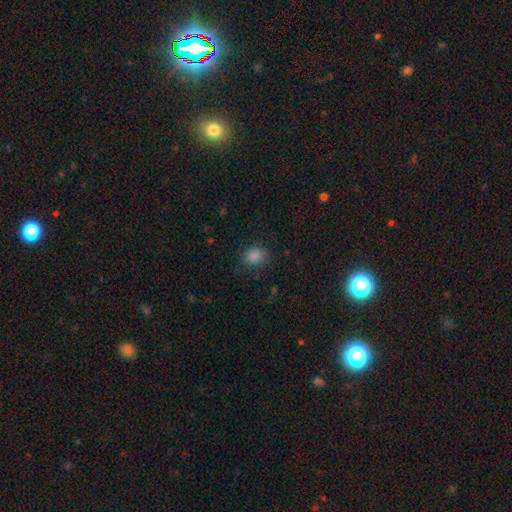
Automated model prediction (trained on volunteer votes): Overall: smooth (85%). How rounded: round (62%; in between 37%). Merging: none (82%).